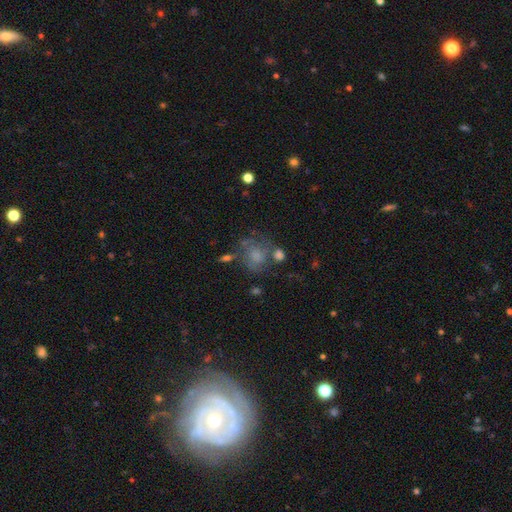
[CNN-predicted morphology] Q: Smooth or featured?
A: smooth (55%); runner-up: featured or disk (33%)
Q: How rounded?
A: round (63%); runner-up: in between (36%)
Q: Merging?
A: none (44%); runner-up: minor disturbance (21%)